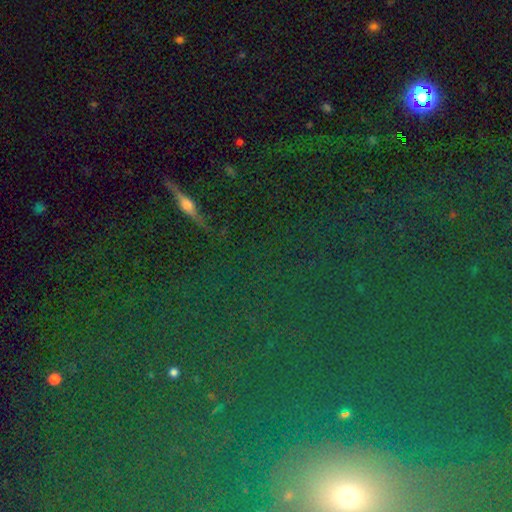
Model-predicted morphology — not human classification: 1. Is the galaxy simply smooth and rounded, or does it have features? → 64% star or artifact, 19% smooth, 17% featured or disk.